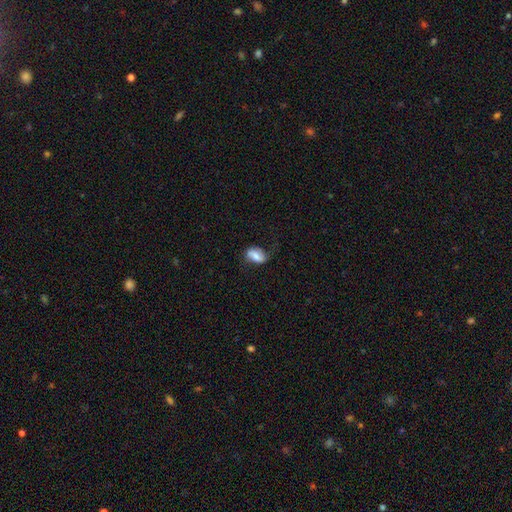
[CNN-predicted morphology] The model was most divided on "merging": none: 57%, minor disturbance: 28%, major disturbance: 12%, merger: 2%. More confident: how rounded — in between (88%); smooth or featured — smooth (61%).